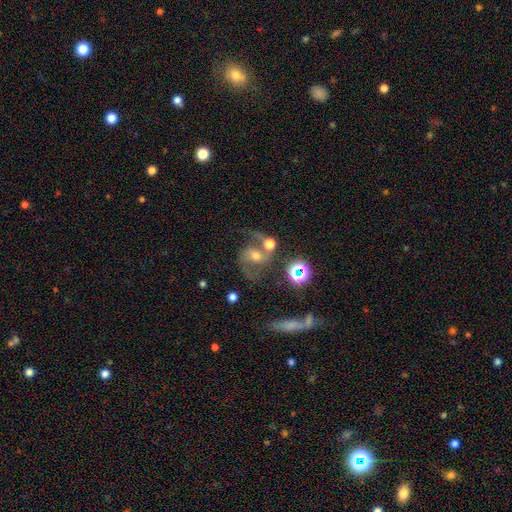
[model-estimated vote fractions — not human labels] Smooth or featured: featured or disk — 76% (star or artifact — 13%)
Edge-on disk: no — 97% (yes — 3%)
Bar: weak — 40% (no — 39%)
Spiral arms: yes — 94% (no — 6%)
Spiral winding: medium — 55% (loose — 32%)
Spiral arm count: 2 — 91% (can't tell — 3%)
Bulge size: moderate — 59% (small — 31%)
Merging: none — 56% (merger — 18%)